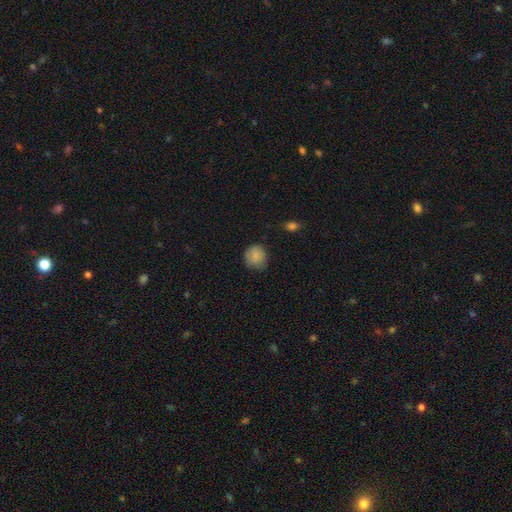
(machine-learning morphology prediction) smooth_or_featured: smooth (p=0.85) [alt: star or artifact p=0.08]
how_rounded: round (p=0.82) [alt: in between p=0.17]
merging: none (p=0.71) [alt: minor disturbance p=0.23]